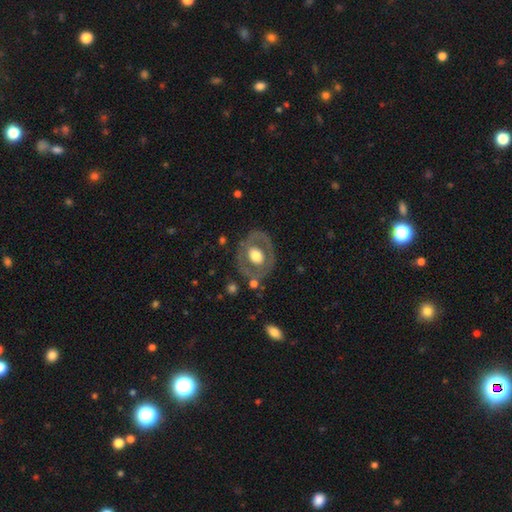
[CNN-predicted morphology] smooth-or-featured: featured or disk: 56% | smooth: 38% | star or artifact: 6%
  disk-edge-on: no: 94% | yes: 6%
    bar: no: 79% | weak: 15% | strong: 6%
    has-spiral-arms: no: 84% | yes: 16%
    bulge-size: moderate: 49% | large: 43% | dominant: 3% | small: 3% | none: 1%
  merging: none: 73% | minor disturbance: 16% | major disturbance: 8% | merger: 3%